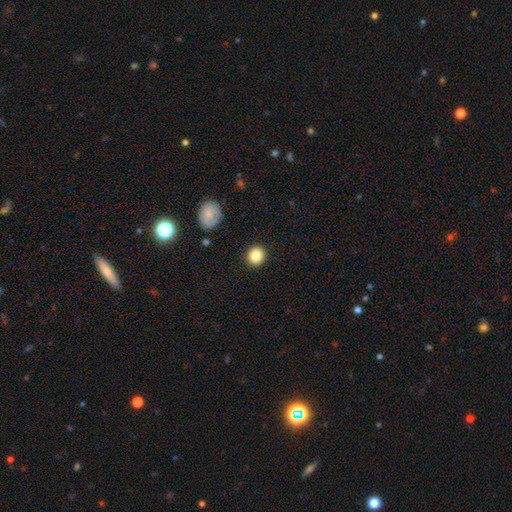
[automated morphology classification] A smooth galaxy with no disk features (85%) that is round (90%). Merging: none (91%).